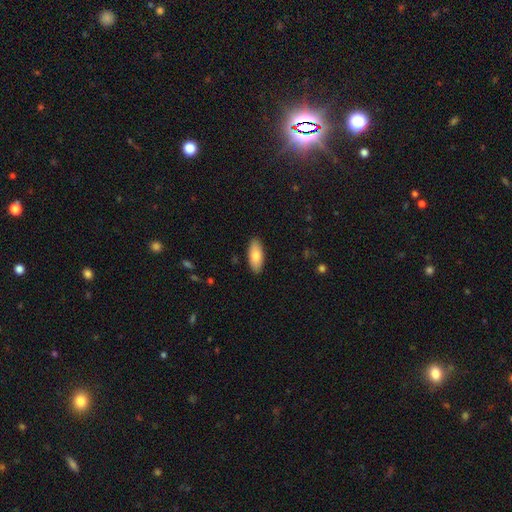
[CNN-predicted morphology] smooth_or_featured: smooth (p=0.82) [alt: featured or disk p=0.12]
how_rounded: in between (p=0.83) [alt: cigar-shaped p=0.15]
merging: none (p=0.89) [alt: minor disturbance p=0.08]